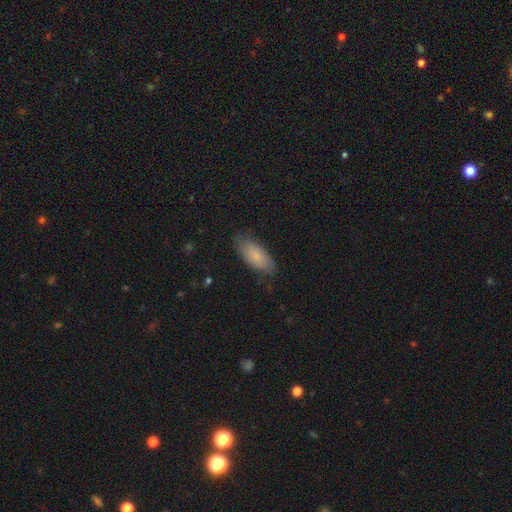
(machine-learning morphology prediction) Smooth or featured? smooth (78%)
How rounded? in between (85%)
Merging? none (78%)